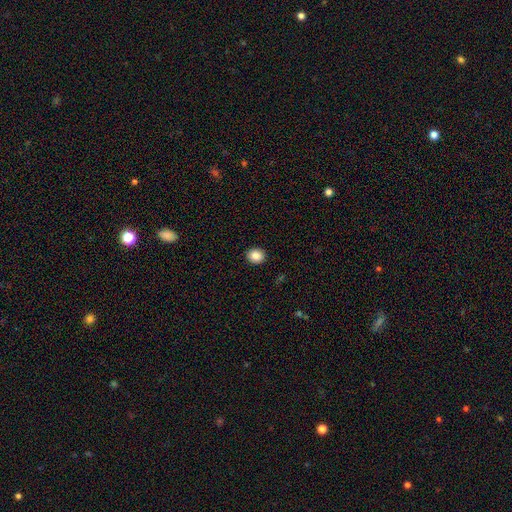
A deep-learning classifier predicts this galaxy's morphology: Q: Smooth or featured?
A: smooth (86%); runner-up: star or artifact (9%)
Q: How rounded?
A: round (70%); runner-up: in between (29%)
Q: Merging?
A: none (92%); runner-up: minor disturbance (6%)